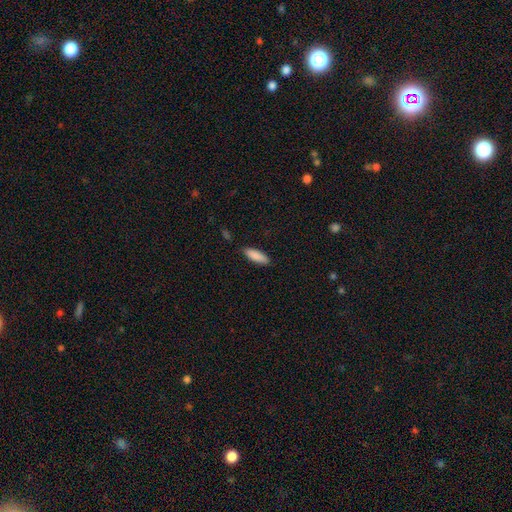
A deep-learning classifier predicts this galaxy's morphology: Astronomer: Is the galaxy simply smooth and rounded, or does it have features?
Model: smooth — 88%.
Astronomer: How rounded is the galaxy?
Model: in between — 52% (runner-up: cigar-shaped, 46%).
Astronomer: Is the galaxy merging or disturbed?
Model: none — 85%.